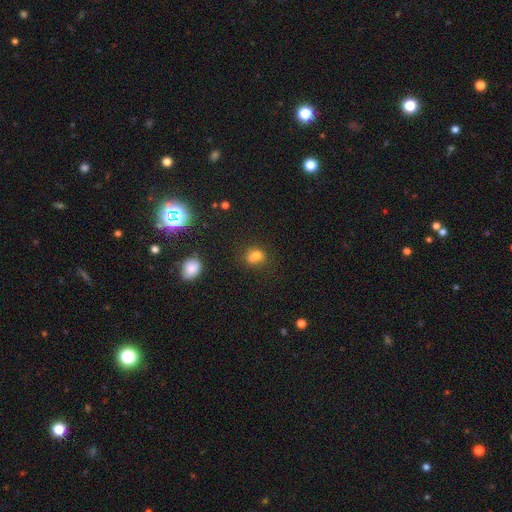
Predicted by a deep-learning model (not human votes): Smooth or featured?
  - smooth: 72% *
  - star or artifact: 16%
  - featured or disk: 12%
How rounded?
  - round: 53% *
  - in between: 45%
  - cigar-shaped: 2%
Merging?
  - none: 52% *
  - minor disturbance: 21%
  - merger: 18%
  - major disturbance: 9%